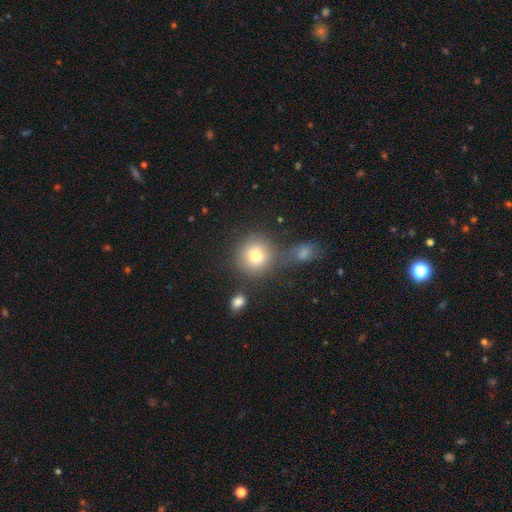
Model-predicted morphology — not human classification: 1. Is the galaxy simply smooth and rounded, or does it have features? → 78% smooth, 11% star or artifact, 11% featured or disk.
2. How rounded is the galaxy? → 90% round, 9% in between, 1% cigar-shaped.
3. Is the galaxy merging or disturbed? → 68% none, 17% merger, 11% minor disturbance, 5% major disturbance.